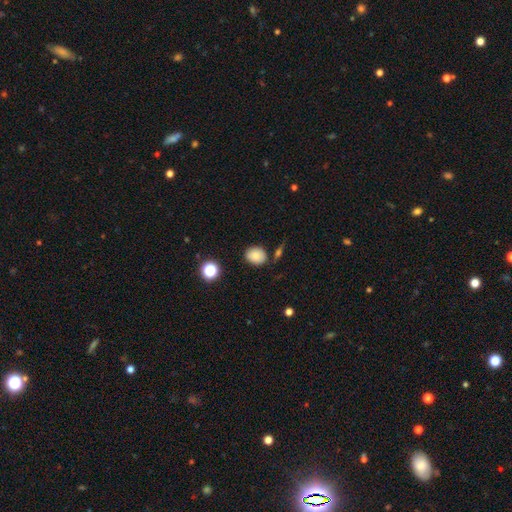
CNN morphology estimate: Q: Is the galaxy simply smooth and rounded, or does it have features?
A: smooth — 84%.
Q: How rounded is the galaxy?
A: round — 51%.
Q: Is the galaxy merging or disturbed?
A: none — 80%.